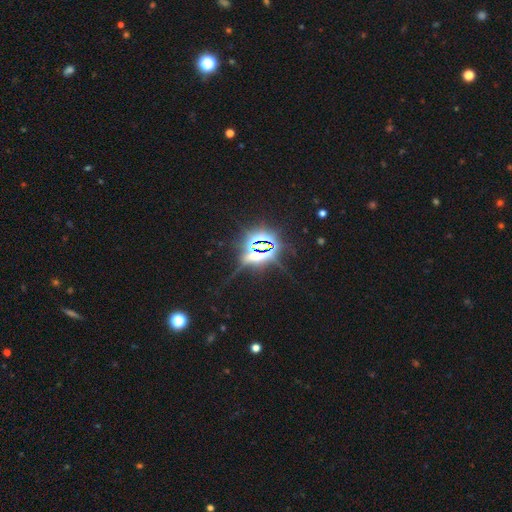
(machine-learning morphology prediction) This is likely a star or artifact rather than a galaxy (80%).